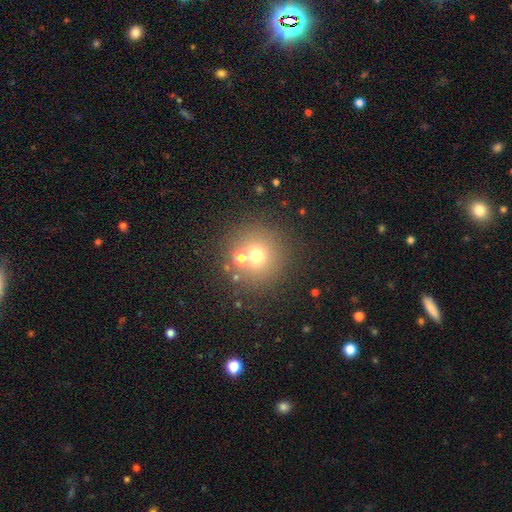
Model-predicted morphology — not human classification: Smooth or featured? Predicted: smooth (p=0.65). How rounded? Predicted: round (p=0.94). Merging? Predicted: none (p=0.69).